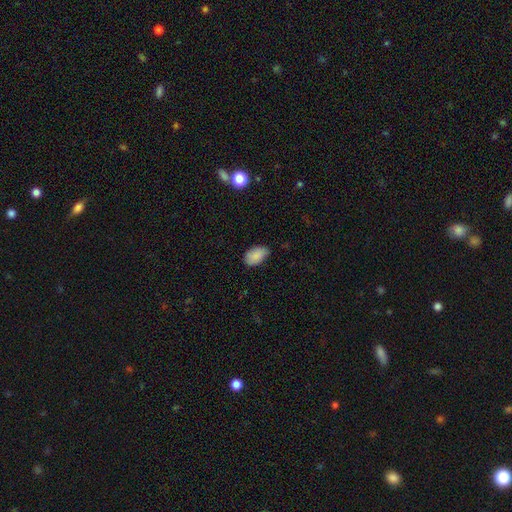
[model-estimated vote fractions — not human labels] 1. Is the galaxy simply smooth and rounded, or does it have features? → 86% smooth, 8% star or artifact, 7% featured or disk.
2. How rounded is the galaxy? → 92% in between, 7% round, 1% cigar-shaped.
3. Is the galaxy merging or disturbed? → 70% none, 26% minor disturbance, 4% major disturbance, 1% merger.